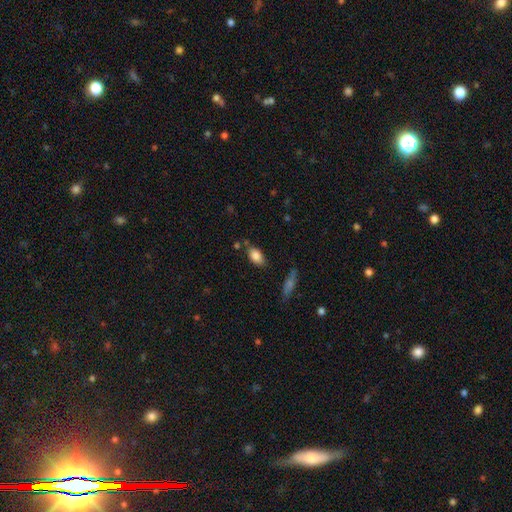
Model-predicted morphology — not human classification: type=smooth (84%); roundness=in between (90%); merging=none (72%).